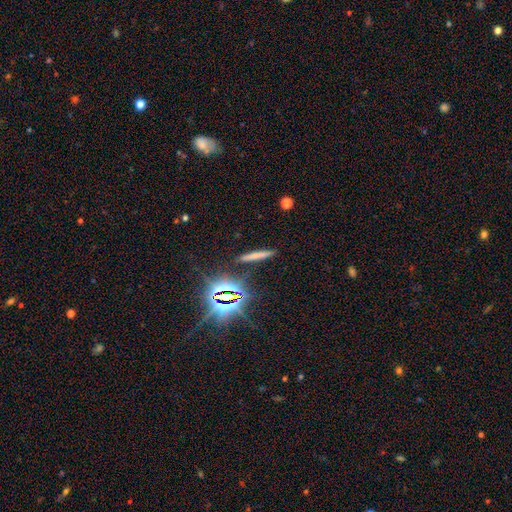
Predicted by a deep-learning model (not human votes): Overall: smooth (59%; star or artifact 21%). How rounded: cigar-shaped (92%). Merging: none (87%).